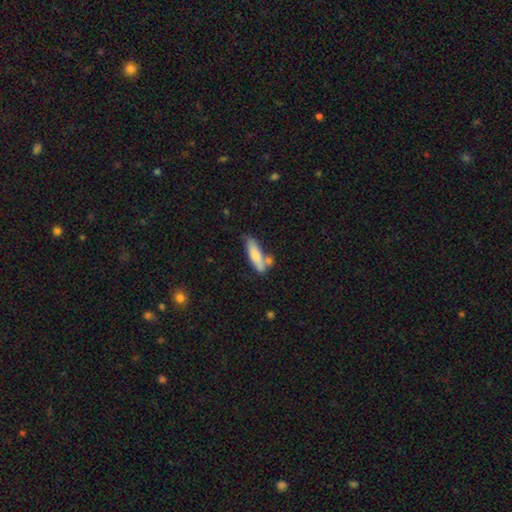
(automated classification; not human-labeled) smooth-or-featured: smooth: 76% | featured or disk: 18% | star or artifact: 6%
  how-rounded: cigar-shaped: 58% | in between: 40% | round: 2%
  merging: none: 53% | minor disturbance: 22% | merger: 19% | major disturbance: 6%